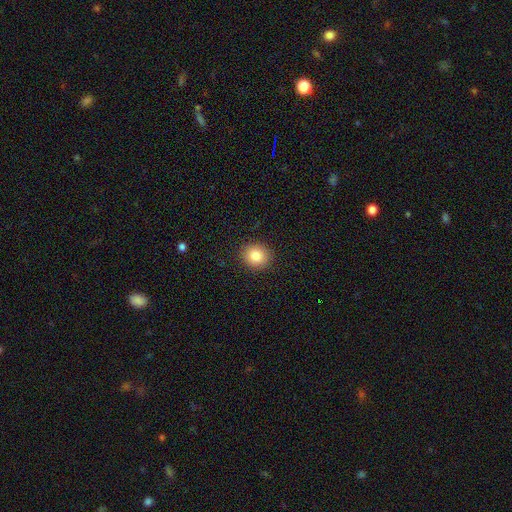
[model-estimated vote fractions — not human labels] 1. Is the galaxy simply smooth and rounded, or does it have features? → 85% smooth, 9% star or artifact, 6% featured or disk.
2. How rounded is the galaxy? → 79% round, 20% in between, 1% cigar-shaped.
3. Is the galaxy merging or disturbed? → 90% none, 7% minor disturbance, 2% major disturbance, 1% merger.